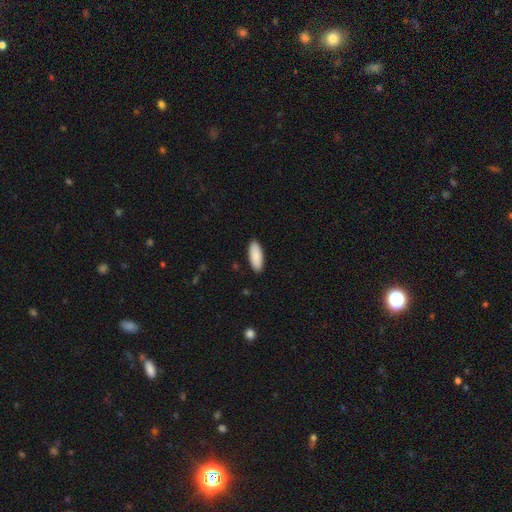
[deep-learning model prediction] This is clearly a smooth galaxy (90%). How rounded: likely in between (79%). Merging: clearly none (90%).